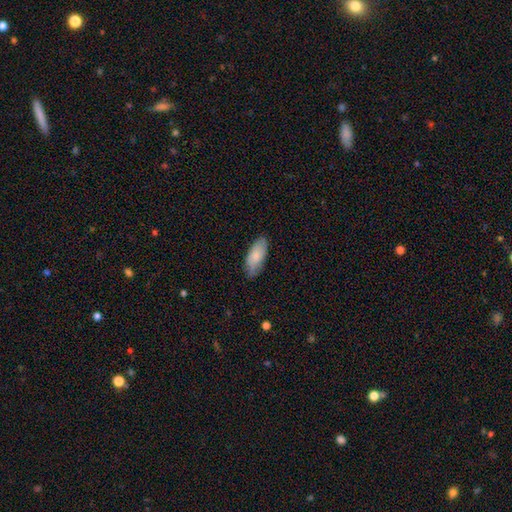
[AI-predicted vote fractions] This appears to be a smooth galaxy with no disk features (80%) that is in between round and cigar-shaped (83%). Merging: none (77%).